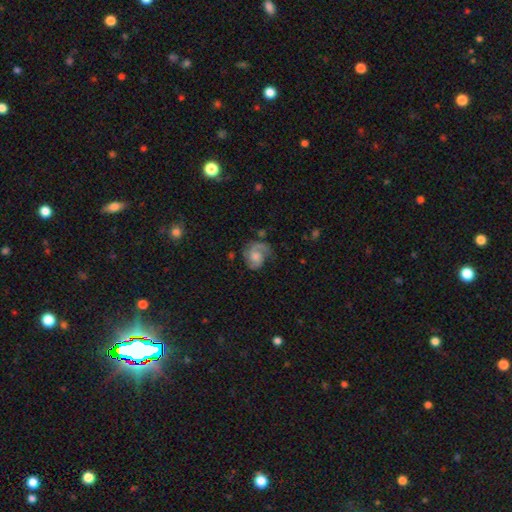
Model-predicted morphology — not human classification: Smooth or featured?
  - featured or disk: 74% *
  - smooth: 19%
  - star or artifact: 7%
Edge-on disk?
  - no: 98% *
  - yes: 2%
Bar?
  - no: 67% *
  - weak: 29%
  - strong: 4%
Spiral arms?
  - yes: 95% *
  - no: 5%
Spiral winding?
  - medium: 46% *
  - tight: 32%
  - loose: 23%
Spiral arm count?
  - 2: 70% *
  - 1: 19%
  - can't tell: 6%
  - 3: 2%
  - 4: 1%
  - more than 4: 1%
Bulge size?
  - moderate: 39% *
  - small: 24%
  - none: 18%
  - large: 16%
  - dominant: 2%
Merging?
  - none: 60% *
  - minor disturbance: 23%
  - major disturbance: 15%
  - merger: 2%